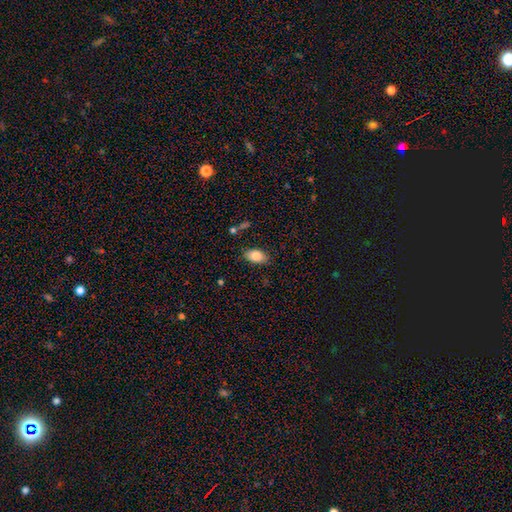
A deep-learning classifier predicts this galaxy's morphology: This appears to be a smooth galaxy with no disk features (85%) that is in between round and cigar-shaped (91%). Merging: none (83%).